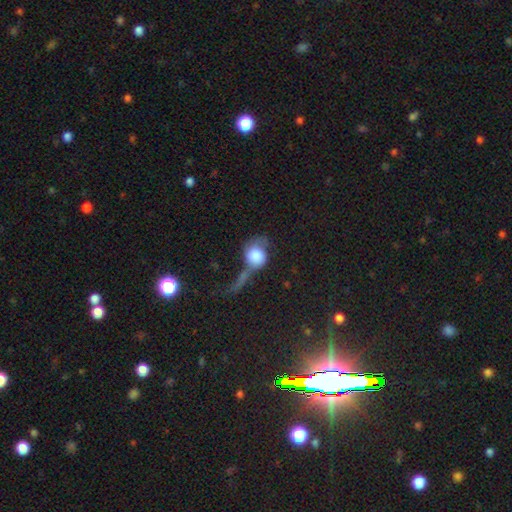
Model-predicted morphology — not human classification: This is likely a smooth galaxy (61%). How rounded: likely round (66%). Merging: marginally major disturbance (38%).